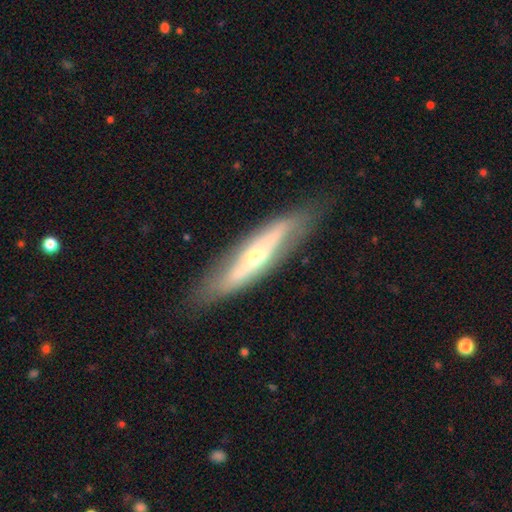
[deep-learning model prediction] A featured or disk galaxy (66%) viewed edge-on (54%).

Vote fractions:
- Smooth or featured? featured or disk: 66% / smooth: 28% / star or artifact: 6%
- Edge-on disk? yes: 54% / no: 46%
- Merging? none: 78% / minor disturbance: 15% / major disturbance: 5% / merger: 1%